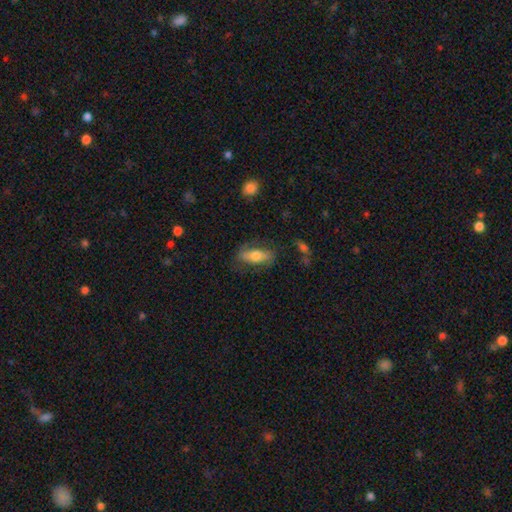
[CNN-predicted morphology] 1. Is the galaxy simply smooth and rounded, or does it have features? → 57% smooth, 36% featured or disk, 7% star or artifact.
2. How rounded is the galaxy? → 70% in between, 26% cigar-shaped, 4% round.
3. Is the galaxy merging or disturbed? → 70% none, 19% minor disturbance, 9% major disturbance, 2% merger.